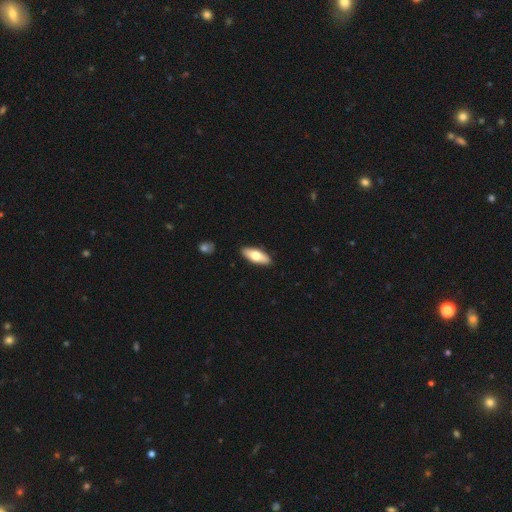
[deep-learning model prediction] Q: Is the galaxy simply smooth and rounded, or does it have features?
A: smooth — 68%.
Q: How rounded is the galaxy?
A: in between — 71%.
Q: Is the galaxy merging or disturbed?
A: none — 90%.